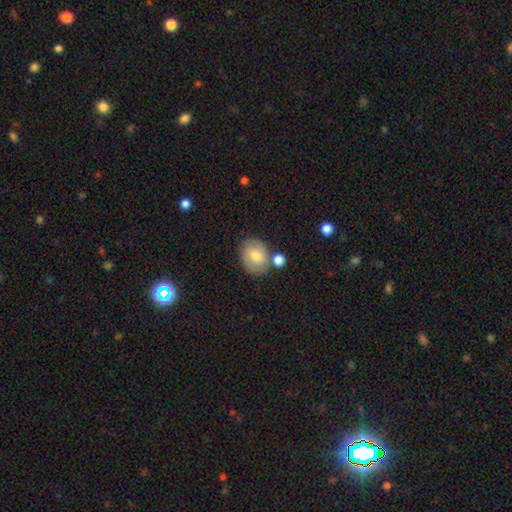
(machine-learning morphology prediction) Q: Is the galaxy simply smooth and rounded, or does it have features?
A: smooth — 71%.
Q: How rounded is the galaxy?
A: in between — 54%.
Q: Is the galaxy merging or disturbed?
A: none — 70%.